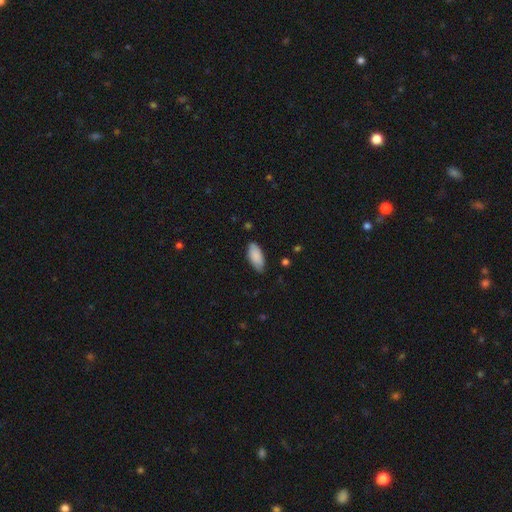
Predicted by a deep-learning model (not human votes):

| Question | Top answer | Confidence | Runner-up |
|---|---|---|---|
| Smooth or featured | smooth | 88% | featured or disk (6%) |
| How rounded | in between | 89% | cigar-shaped (10%) |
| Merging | none | 80% | minor disturbance (17%) |